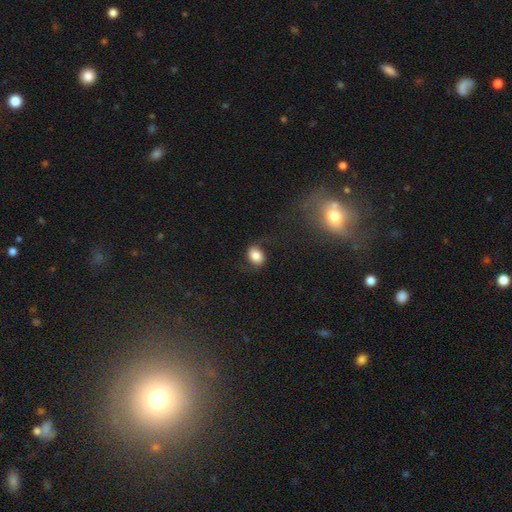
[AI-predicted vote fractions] smooth 75%, featured or disk 16%, star or artifact 9%. Down the decision tree: how rounded — in between (60%); merging — none (69%).